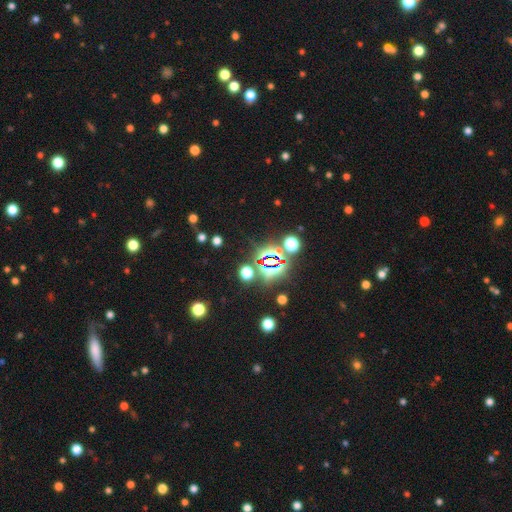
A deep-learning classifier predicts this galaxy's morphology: A star or artifact, not a galaxy (81%).

Vote fractions:
- Smooth or featured? star or artifact: 81% / smooth: 11% / featured or disk: 8%